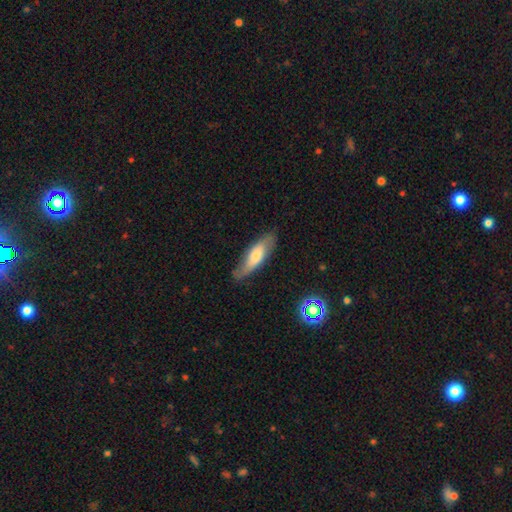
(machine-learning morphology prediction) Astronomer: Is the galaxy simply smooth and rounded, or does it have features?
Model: smooth — 56% (runner-up: featured or disk, 37%).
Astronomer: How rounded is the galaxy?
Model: cigar-shaped — 55% (runner-up: in between, 43%).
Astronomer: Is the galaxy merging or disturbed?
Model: none — 76%.